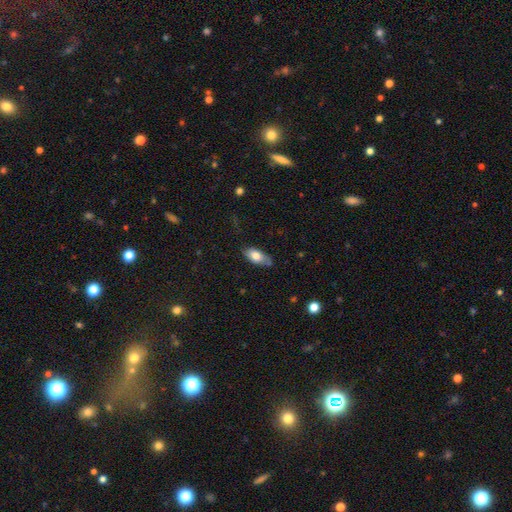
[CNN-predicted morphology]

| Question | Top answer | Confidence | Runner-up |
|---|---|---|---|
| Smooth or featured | smooth | 71% | featured or disk (22%) |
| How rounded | in between | 87% | cigar-shaped (10%) |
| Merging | none | 71% | minor disturbance (23%) |